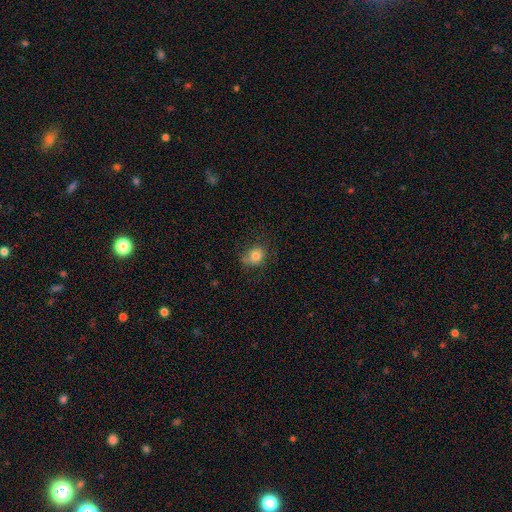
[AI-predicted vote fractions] Smooth or featured: smooth — 79% (star or artifact — 11%)
How rounded: round — 59% (in between — 40%)
Merging: none — 66% (minor disturbance — 24%)